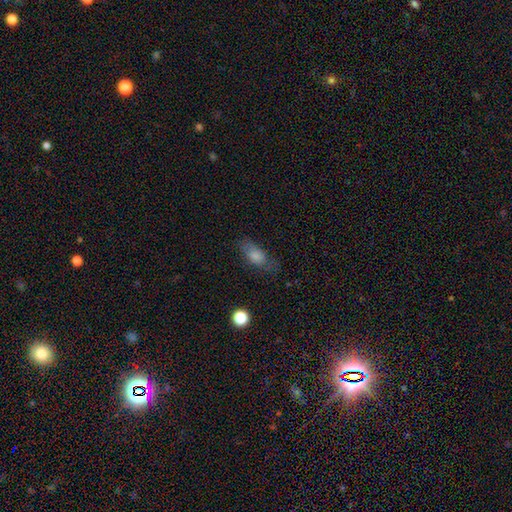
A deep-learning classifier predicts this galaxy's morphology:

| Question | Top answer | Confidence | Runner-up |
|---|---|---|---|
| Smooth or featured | smooth | 76% | featured or disk (14%) |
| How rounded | in between | 82% | cigar-shaped (13%) |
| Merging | none | 62% | minor disturbance (24%) |